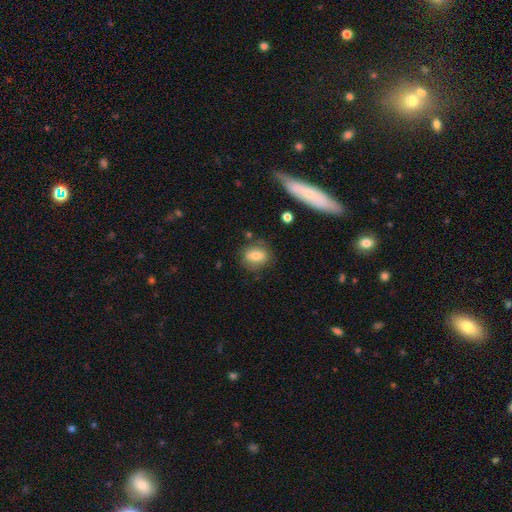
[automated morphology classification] This appears to be a smooth galaxy with no disk features (74%) that is in between round and cigar-shaped (54%). Merging: none (77%).